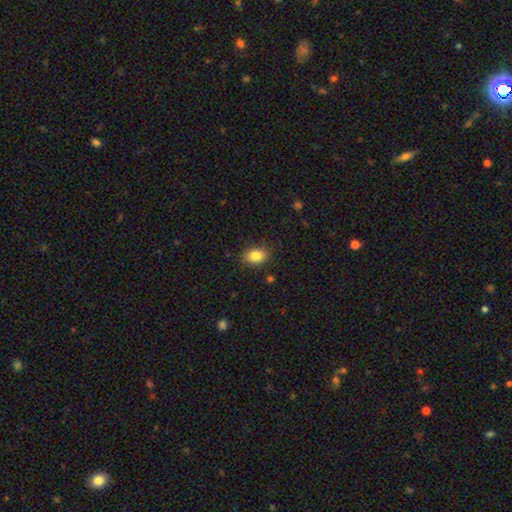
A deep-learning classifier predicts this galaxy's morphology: type=smooth (85%); roundness=in between (69%); merging=none (86%).